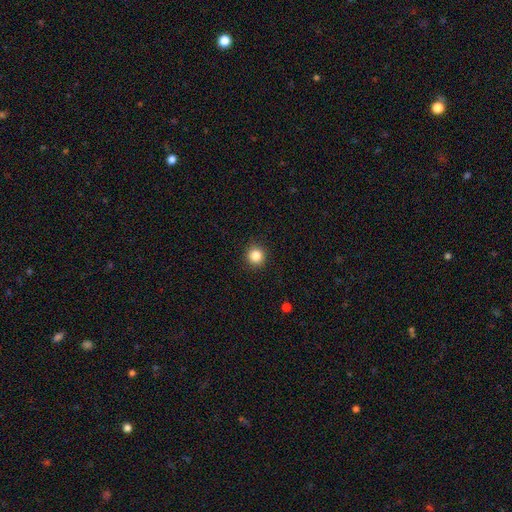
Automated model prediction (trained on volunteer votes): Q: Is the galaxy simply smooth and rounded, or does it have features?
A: smooth — 85%.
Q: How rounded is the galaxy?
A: round — 94%.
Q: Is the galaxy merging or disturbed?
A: none — 91%.